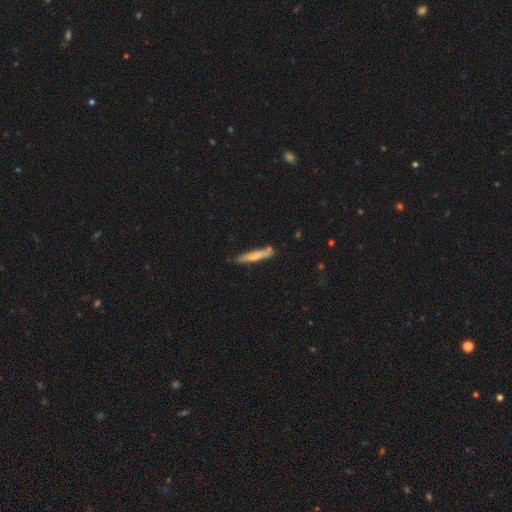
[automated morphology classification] Q: Smooth or featured?
A: smooth (68%); runner-up: featured or disk (27%)
Q: How rounded?
A: cigar-shaped (93%); runner-up: in between (6%)
Q: Merging?
A: none (75%); runner-up: minor disturbance (17%)